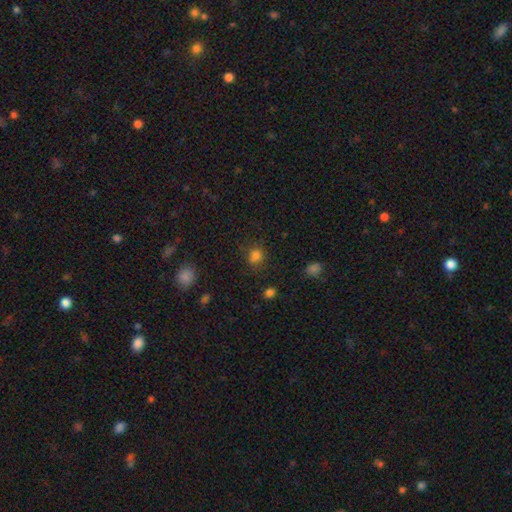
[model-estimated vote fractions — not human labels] smooth_or_featured: smooth (p=0.76) [alt: star or artifact p=0.18]
how_rounded: round (p=0.68) [alt: in between p=0.31]
merging: none (p=0.72) [alt: minor disturbance p=0.17]